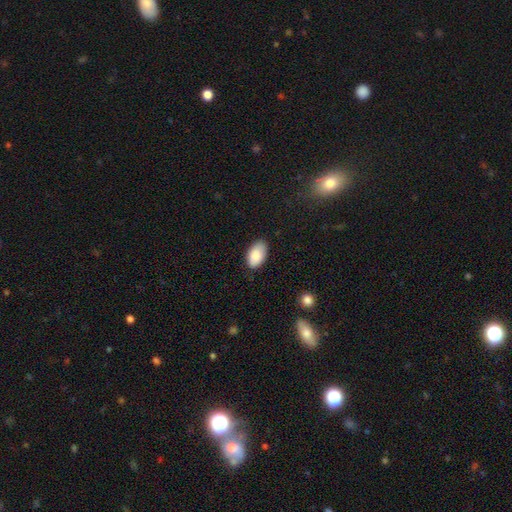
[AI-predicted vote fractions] Smooth or featured?
  - smooth: 87% *
  - star or artifact: 7%
  - featured or disk: 6%
How rounded?
  - in between: 94% *
  - round: 5%
  - cigar-shaped: 1%
Merging?
  - none: 79% *
  - minor disturbance: 17%
  - major disturbance: 3%
  - merger: 1%